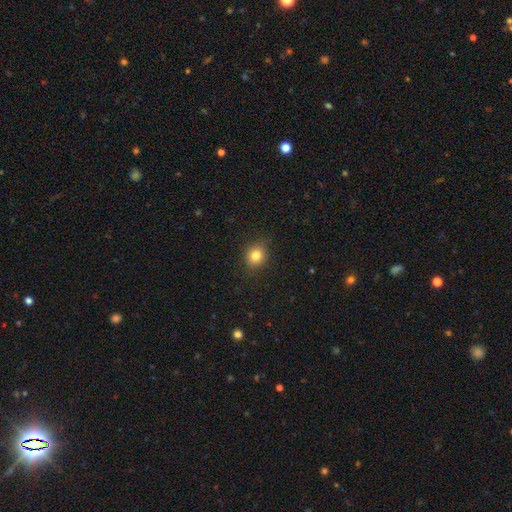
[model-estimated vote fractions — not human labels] Q: Smooth or featured?
A: smooth (82%); runner-up: star or artifact (11%)
Q: How rounded?
A: round (72%); runner-up: in between (27%)
Q: Merging?
A: none (85%); runner-up: minor disturbance (11%)